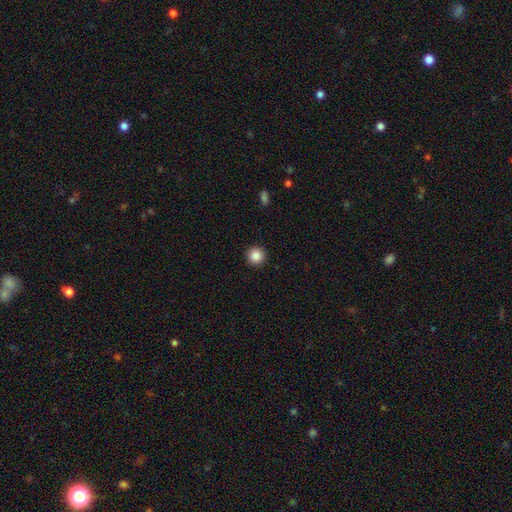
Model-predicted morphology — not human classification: type=smooth (87%); roundness=round (96%); merging=none (93%).